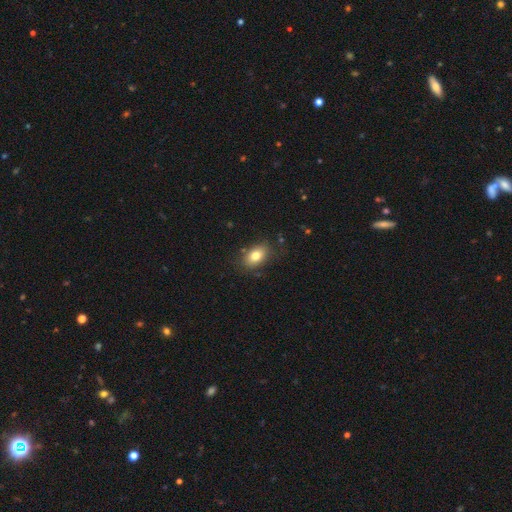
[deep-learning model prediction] Smooth or featured?
  - smooth: 80% *
  - featured or disk: 11%
  - star or artifact: 9%
How rounded?
  - in between: 83% *
  - round: 16%
  - cigar-shaped: 2%
Merging?
  - none: 81% *
  - minor disturbance: 13%
  - major disturbance: 4%
  - merger: 2%